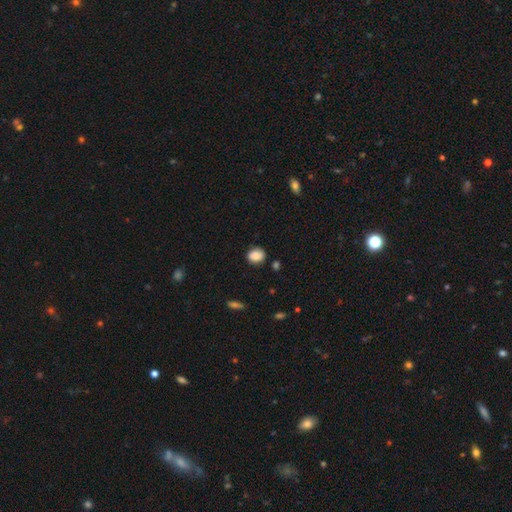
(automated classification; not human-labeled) This appears to be a smooth galaxy with no disk features (86%) that is round (59%). Merging: none (79%).